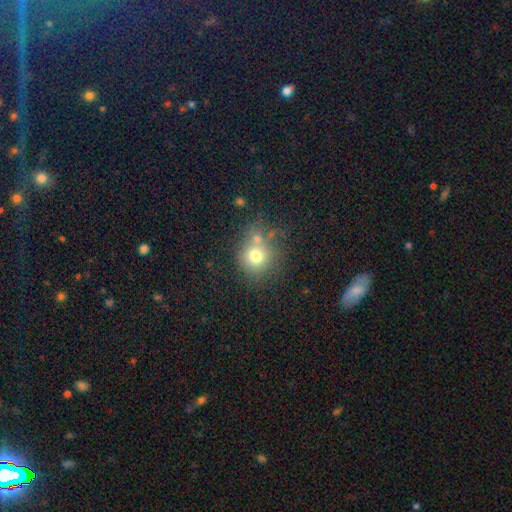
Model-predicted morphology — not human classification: This appears to be a smooth galaxy with no disk features (73%) that is round (87%). Merging: none (54%).